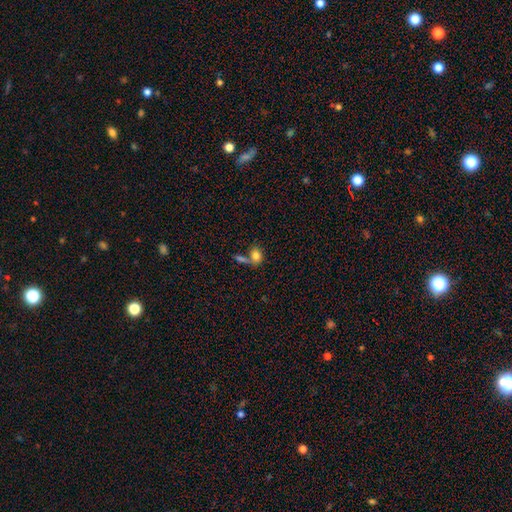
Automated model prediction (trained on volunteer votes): smooth_or_featured: smooth (p=0.79) [alt: featured or disk p=0.11]
how_rounded: in between (p=0.65) [alt: round p=0.32]
merging: none (p=0.42) [alt: merger p=0.37]